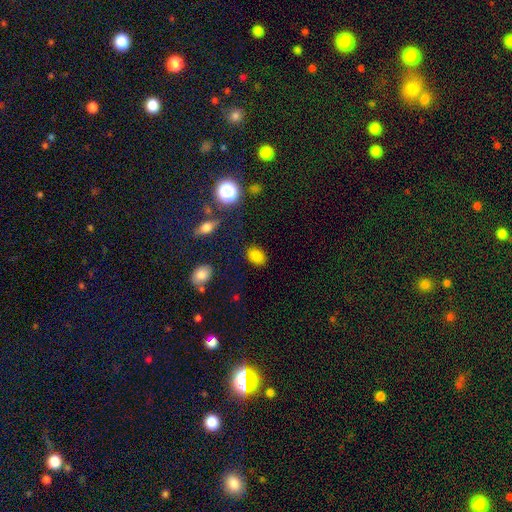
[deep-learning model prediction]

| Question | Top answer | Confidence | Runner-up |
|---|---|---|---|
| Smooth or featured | smooth | 82% | star or artifact (13%) |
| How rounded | in between | 75% | round (24%) |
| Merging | none | 85% | minor disturbance (10%) |